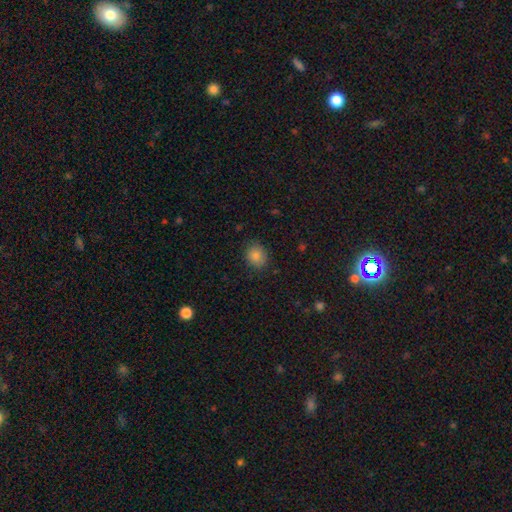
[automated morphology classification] Smooth or featured: smooth — 83% (star or artifact — 11%)
How rounded: round — 69% (in between — 30%)
Merging: none — 86% (minor disturbance — 10%)